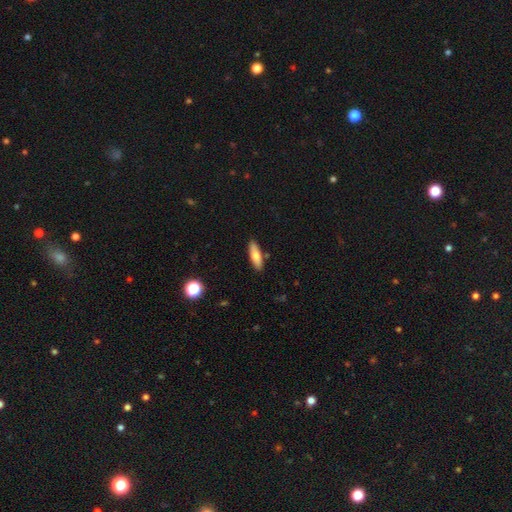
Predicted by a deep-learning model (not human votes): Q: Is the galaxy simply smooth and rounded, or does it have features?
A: smooth — 71%.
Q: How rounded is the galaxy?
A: cigar-shaped — 57%.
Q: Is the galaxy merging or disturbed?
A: none — 86%.